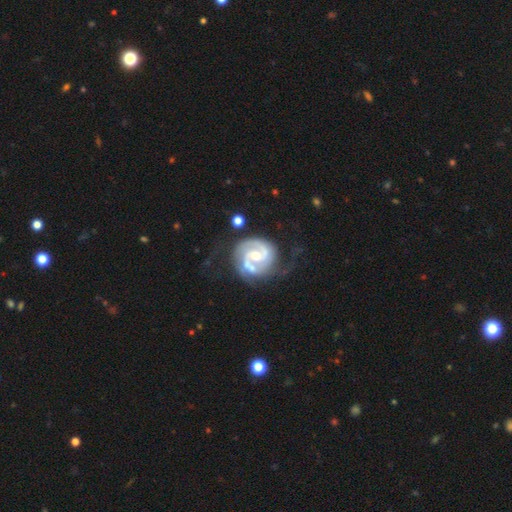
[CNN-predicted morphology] type=featured or disk (91%); edge-on=no (98%); bar=weak (42%, tied with no); spiral arms=yes (97%); winding=tight (46%); arm count=2 (84%); bulge=moderate (57%); merging=none (57%).